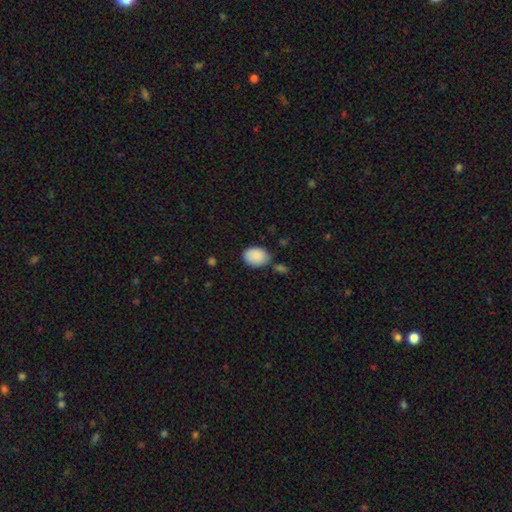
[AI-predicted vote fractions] A smooth galaxy with no disk features (90%) that is in between round and cigar-shaped (78%). Merging: none (70%).